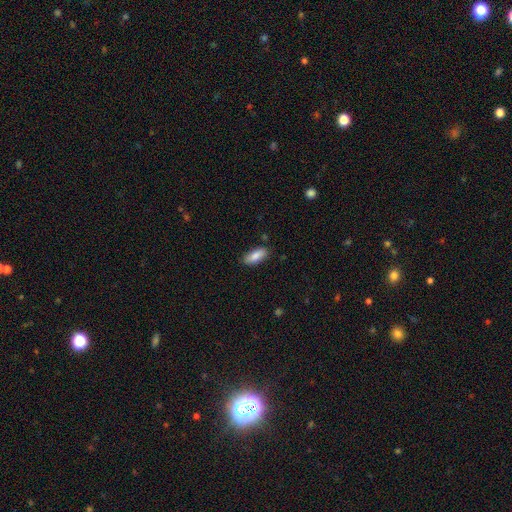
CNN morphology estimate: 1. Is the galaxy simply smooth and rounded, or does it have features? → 84% smooth, 9% featured or disk, 6% star or artifact.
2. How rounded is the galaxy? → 80% in between, 18% cigar-shaped, 2% round.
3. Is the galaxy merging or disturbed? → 85% none, 12% minor disturbance, 2% major disturbance, 1% merger.